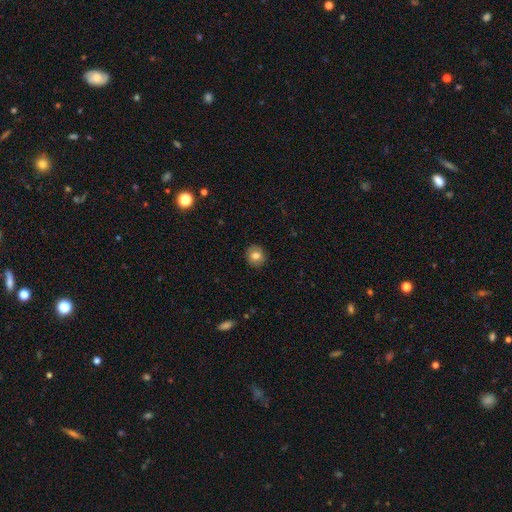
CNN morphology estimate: A smooth galaxy with no disk features (76%) that is round (89%). Merging: none (89%).